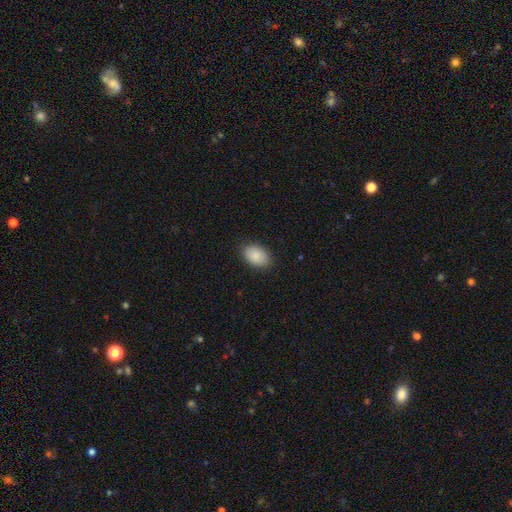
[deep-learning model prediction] Smooth or featured? Predicted: smooth (p=0.89). How rounded? Predicted: in between (p=0.87). Merging? Predicted: none (p=0.87).